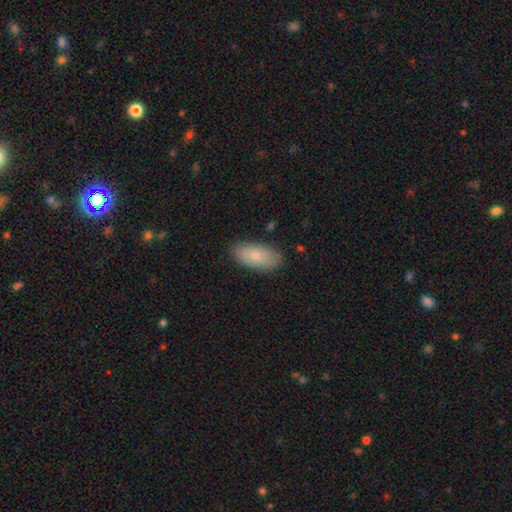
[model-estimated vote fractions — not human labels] Overall: smooth (78%). How rounded: in between (92%). Merging: none (84%).